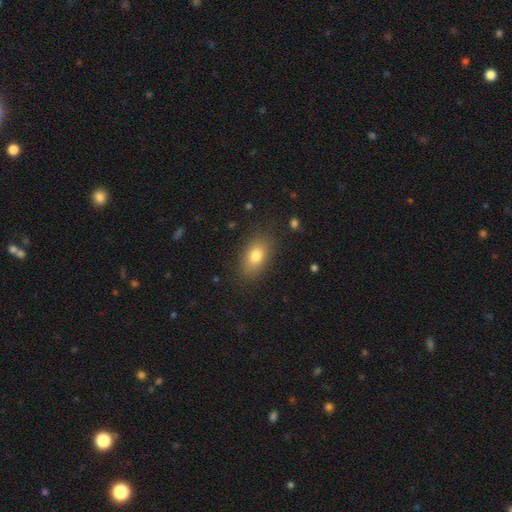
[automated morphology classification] A smooth galaxy with no disk features (78%) that is in between round and cigar-shaped (85%). Merging: none (85%).